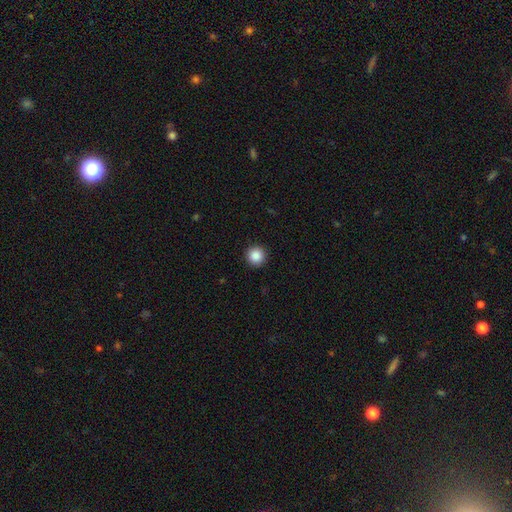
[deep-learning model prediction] The model was most divided on "smooth or featured": smooth: 88%, star or artifact: 10%, featured or disk: 3%. More confident: how rounded — round (96%); merging — none (93%).